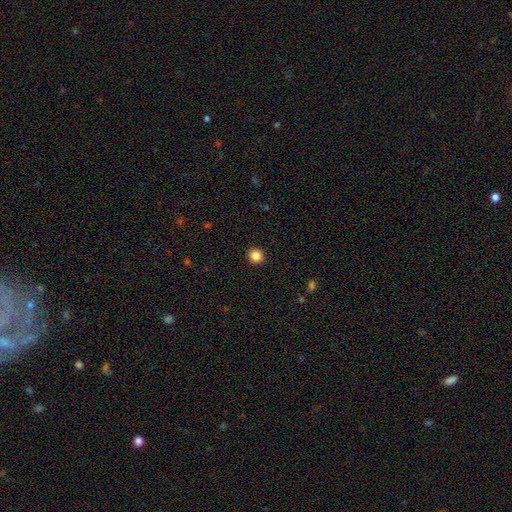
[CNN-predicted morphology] Overall: smooth (85%). How rounded: round (91%). Merging: none (93%).